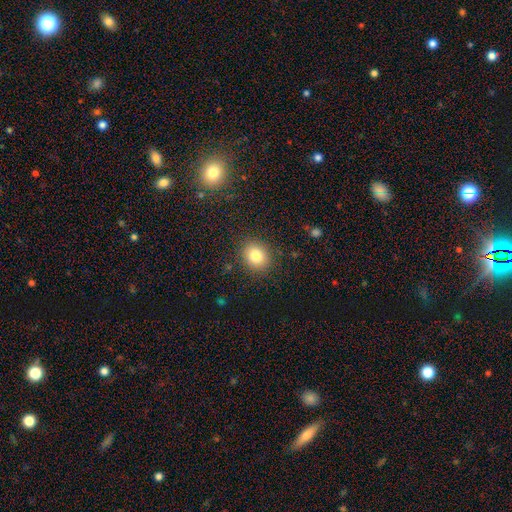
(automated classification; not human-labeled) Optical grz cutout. It shows a smooth galaxy with no disk features (81%) that is round (71%). Merging: none (88%).